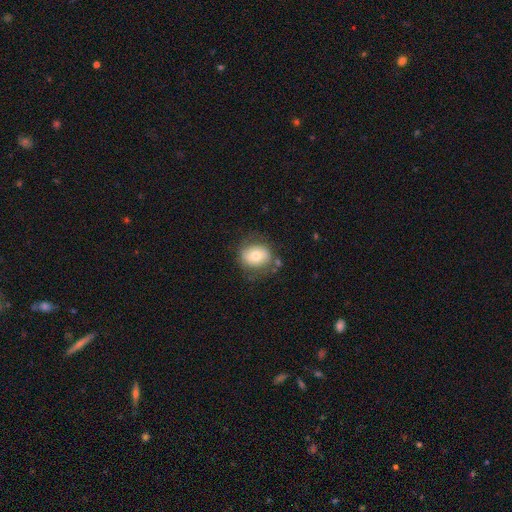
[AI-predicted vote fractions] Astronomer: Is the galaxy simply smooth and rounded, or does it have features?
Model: smooth — 65%.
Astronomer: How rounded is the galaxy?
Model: round — 57% (runner-up: in between, 41%).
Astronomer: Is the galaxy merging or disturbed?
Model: none — 69%.